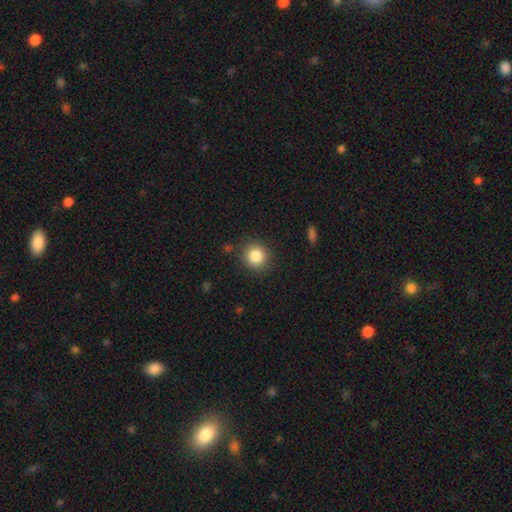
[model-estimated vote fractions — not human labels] This appears to be a smooth galaxy with no disk features (84%) that is round (90%). Merging: none (87%).